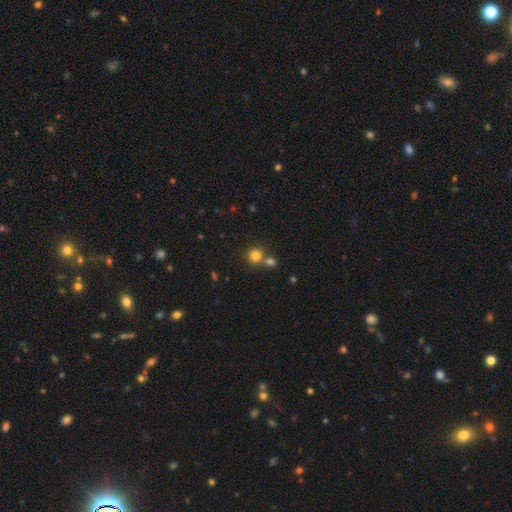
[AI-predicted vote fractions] smooth_or_featured: smooth (p=0.79) [alt: star or artifact p=0.13]
how_rounded: round (p=0.89) [alt: in between p=0.10]
merging: none (p=0.59) [alt: merger p=0.31]